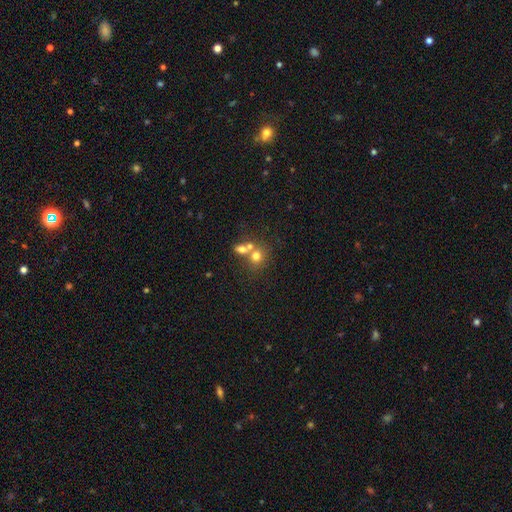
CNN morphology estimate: Overall: smooth (65%). How rounded: round (75%). Merging: merger (50%; none 39%).